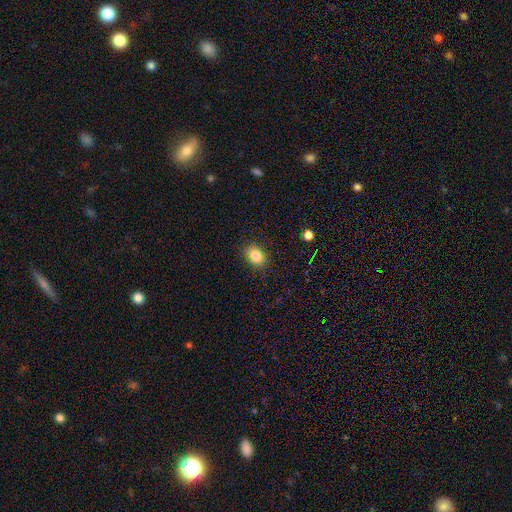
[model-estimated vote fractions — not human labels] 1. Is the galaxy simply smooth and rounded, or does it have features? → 82% smooth, 11% star or artifact, 7% featured or disk.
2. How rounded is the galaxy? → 61% in between, 38% round, 1% cigar-shaped.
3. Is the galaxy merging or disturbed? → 88% none, 9% minor disturbance, 2% major disturbance, 1% merger.